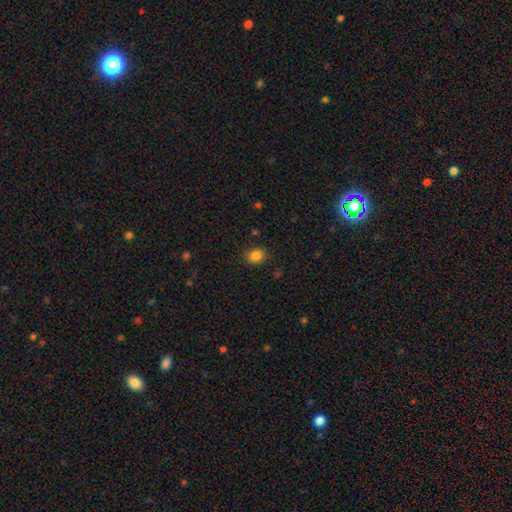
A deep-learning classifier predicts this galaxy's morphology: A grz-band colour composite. It shows a smooth galaxy with no disk features (84%) that is round (58%). Merging: none (85%).